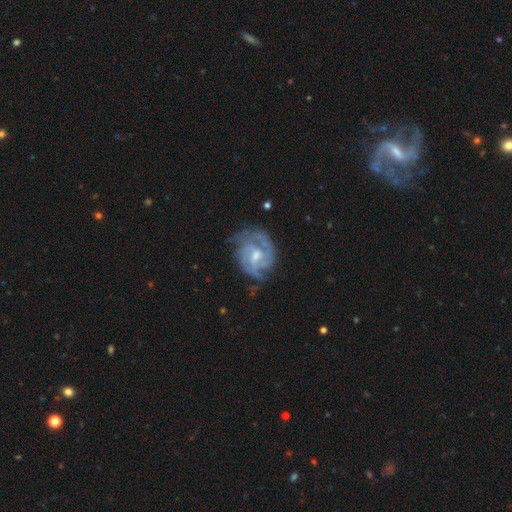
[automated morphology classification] Smooth or featured? featured or disk (85%)
Edge-on disk? no (98%)
Bar? weak (55%)
Spiral arms? yes (94%)
Spiral winding? tight (53%)
Spiral arm count? 2 (34%)
Bulge size? moderate (57%)
Merging? none (63%)